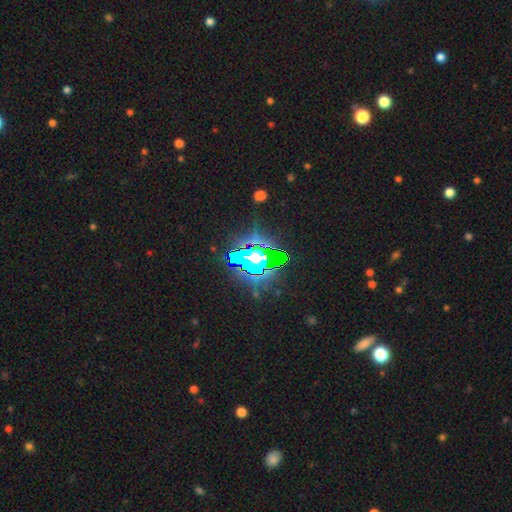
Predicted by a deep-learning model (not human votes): Morphology: type=star or artifact (86%).